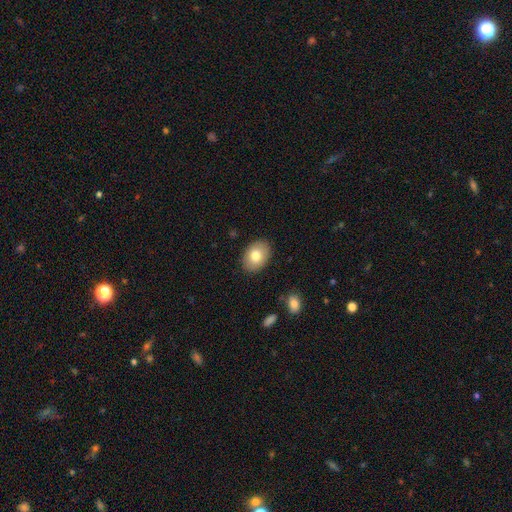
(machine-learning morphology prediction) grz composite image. It shows a smooth galaxy with no disk features (78%) that is in between round and cigar-shaped (79%). Merging: none (88%).